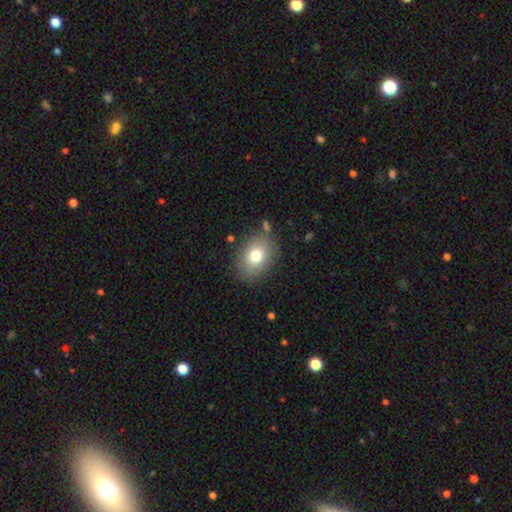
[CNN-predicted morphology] smooth 77%, featured or disk 13%, star or artifact 10%. Down the decision tree: how rounded — in between (69%); merging — none (81%).